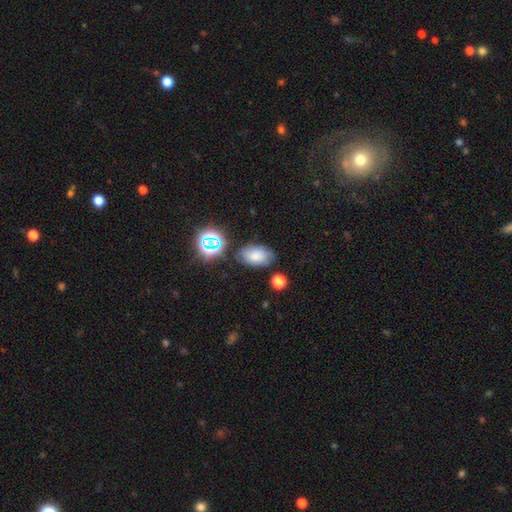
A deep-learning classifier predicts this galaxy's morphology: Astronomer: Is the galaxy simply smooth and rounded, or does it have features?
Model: smooth — 70%.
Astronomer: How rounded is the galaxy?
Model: in between — 90%.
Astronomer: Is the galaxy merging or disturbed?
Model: none — 72%.